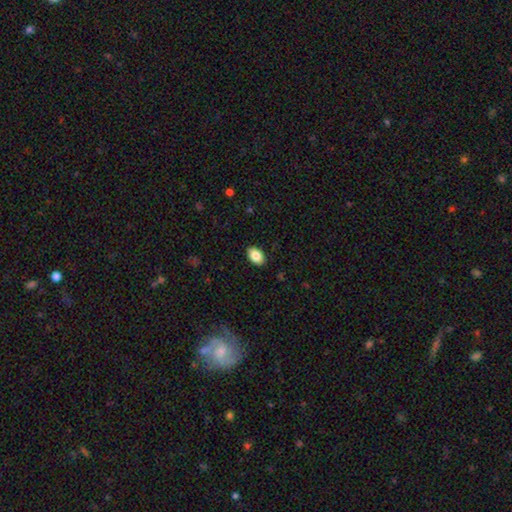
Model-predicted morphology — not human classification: The model was most divided on "smooth or featured": smooth: 85%, star or artifact: 7%, featured or disk: 7%. More confident: merging — none (89%); how rounded — in between (89%).